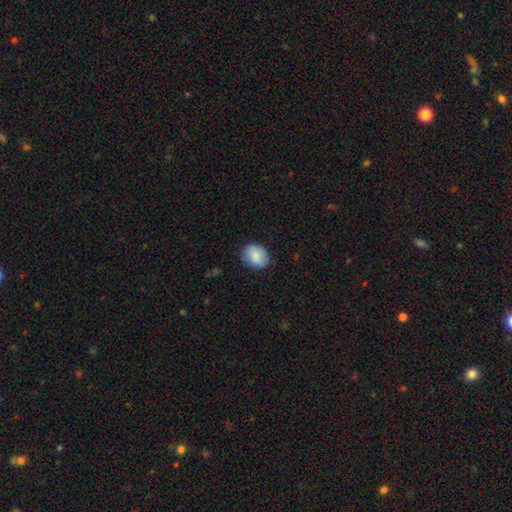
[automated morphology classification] This is clearly a smooth galaxy (85%). How rounded: likely in between (62%). Merging: clearly none (82%).